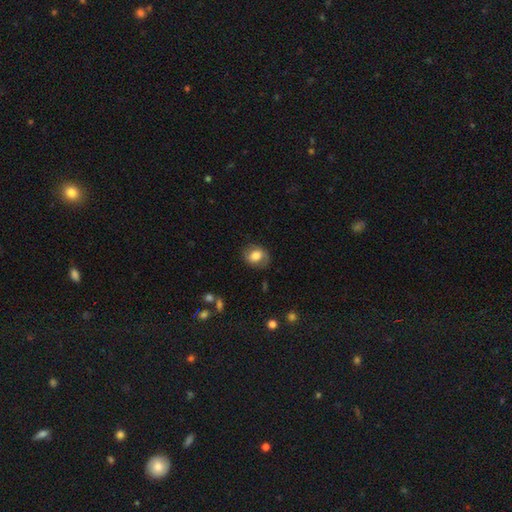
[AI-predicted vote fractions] smooth 64%, featured or disk 28%, star or artifact 8%. Down the decision tree: how rounded — in between (52%); merging — none (73%).